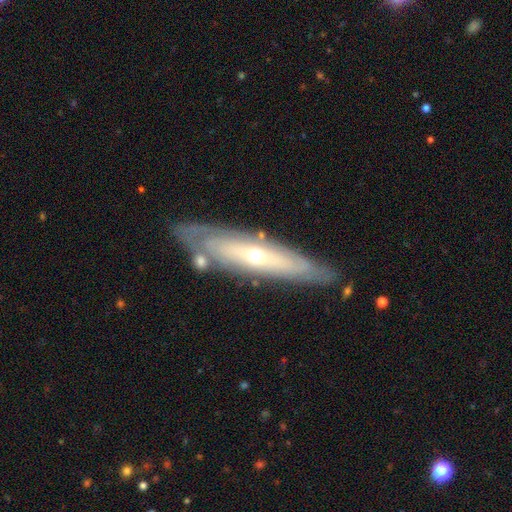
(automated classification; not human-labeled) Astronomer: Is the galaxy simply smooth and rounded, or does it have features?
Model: featured or disk — 71%.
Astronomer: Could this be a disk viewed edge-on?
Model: no — 54% (runner-up: yes, 46%).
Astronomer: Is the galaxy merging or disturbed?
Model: none — 77%.